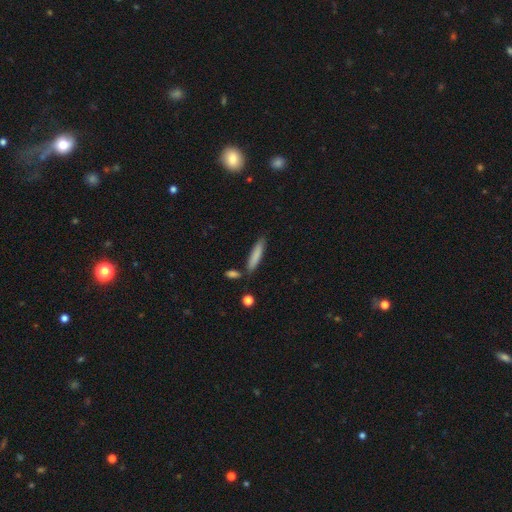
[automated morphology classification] Smooth or featured? Predicted: smooth (p=0.82). How rounded? Predicted: cigar-shaped (p=0.86). Merging? Predicted: none (p=0.80).